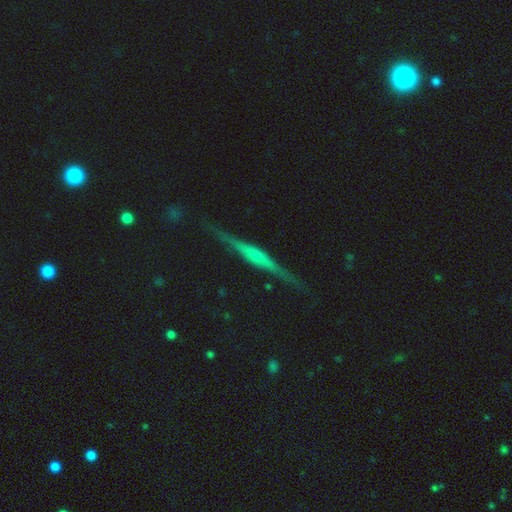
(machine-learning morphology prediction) Smooth or featured? featured or disk (77%)
Edge-on disk? yes (98%)
Edge-on bulge? rounded (56%)
Merging? none (88%)